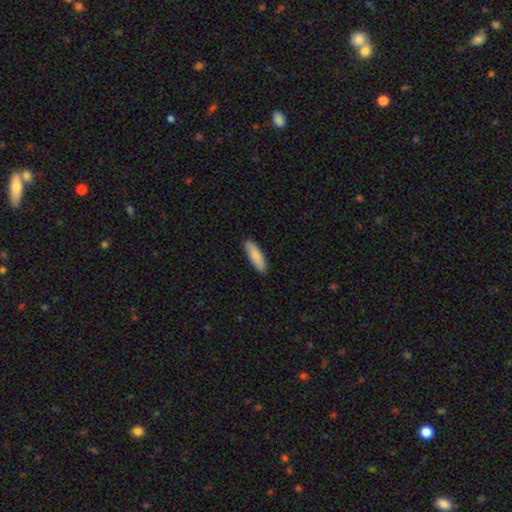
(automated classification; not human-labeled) smooth 87%, featured or disk 8%, star or artifact 5%. Down the decision tree: how rounded — in between (51%); merging — none (90%).